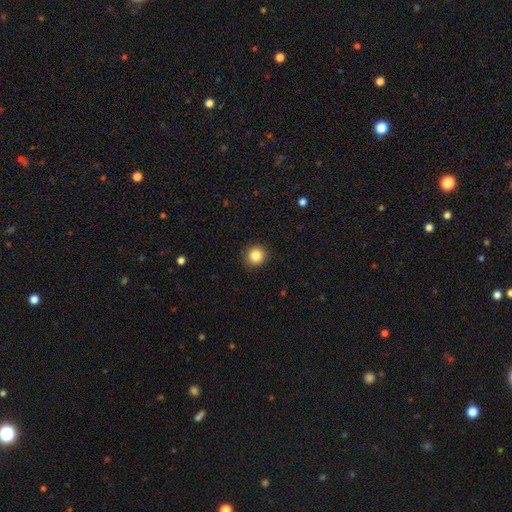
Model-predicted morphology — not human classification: Q: Smooth or featured?
A: smooth (85%); runner-up: star or artifact (10%)
Q: How rounded?
A: round (93%); runner-up: in between (6%)
Q: Merging?
A: none (91%); runner-up: minor disturbance (6%)